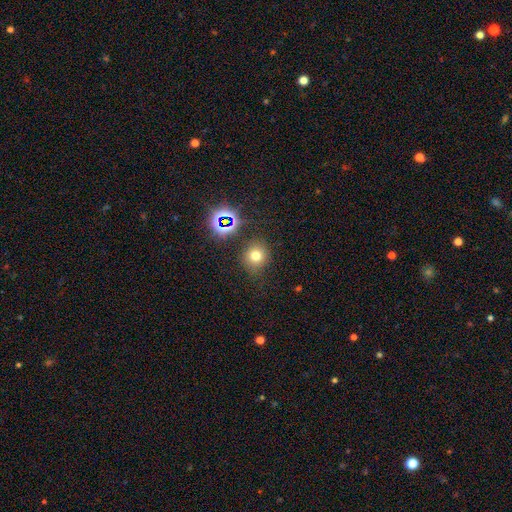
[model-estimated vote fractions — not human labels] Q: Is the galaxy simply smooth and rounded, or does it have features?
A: smooth — 69%.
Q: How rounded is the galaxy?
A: round — 87%.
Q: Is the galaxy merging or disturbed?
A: none — 83%.